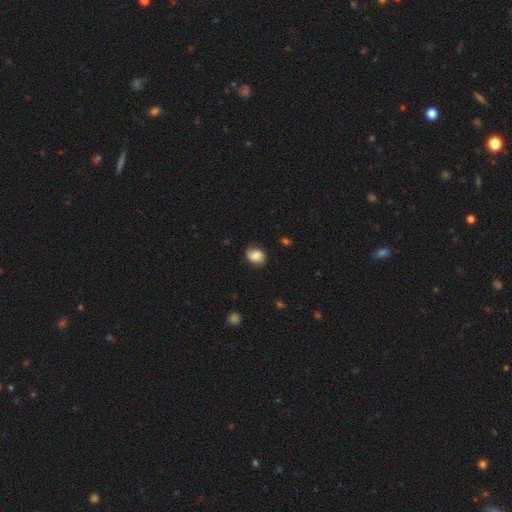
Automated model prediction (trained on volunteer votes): Morphology: type=smooth (65%); roundness=round (52%); merging=none (78%).